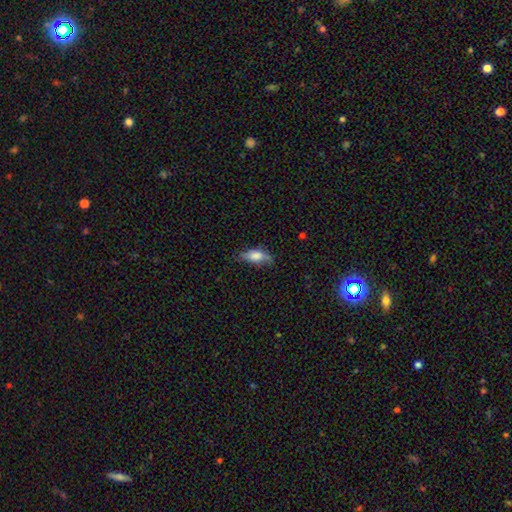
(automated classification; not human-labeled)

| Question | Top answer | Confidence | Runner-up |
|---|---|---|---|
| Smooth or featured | smooth | 71% | featured or disk (22%) |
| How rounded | in between | 78% | cigar-shaped (19%) |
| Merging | none | 58% | minor disturbance (31%) |